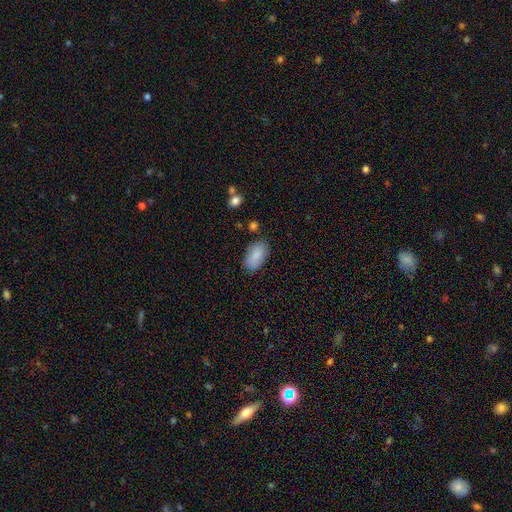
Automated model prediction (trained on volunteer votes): Morphology: type=smooth (88%); roundness=in between (94%); merging=none (80%).